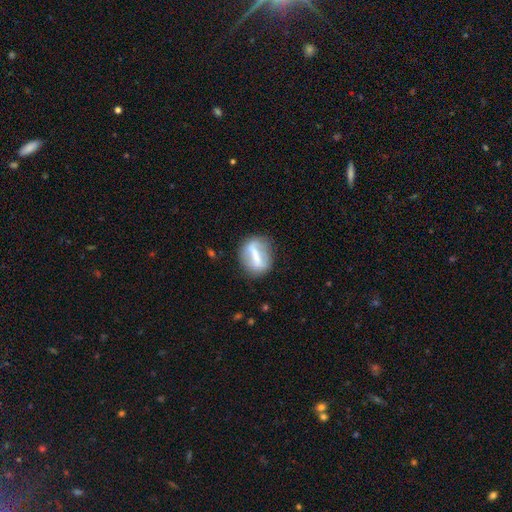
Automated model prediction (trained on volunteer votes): Overall: featured or disk (53%; smooth 39%). Edge-on disk: no (84%). Merging: none (75%).